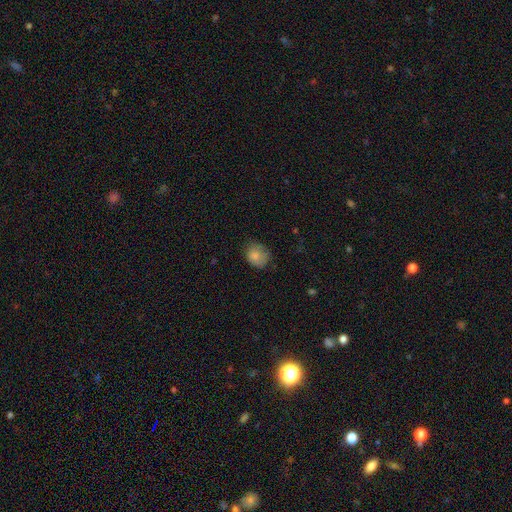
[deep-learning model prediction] Morphology: type=smooth (83%); roundness=round (69%); merging=none (66%).